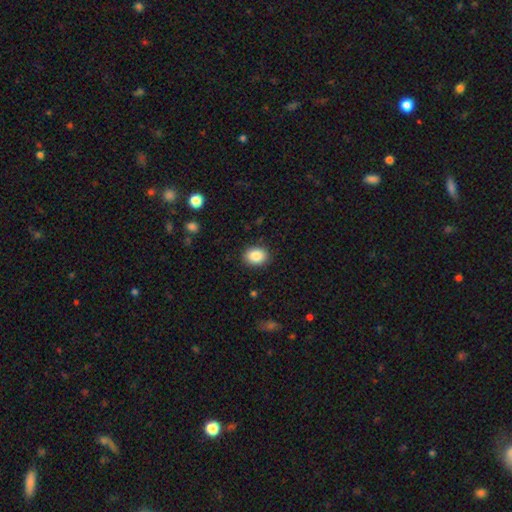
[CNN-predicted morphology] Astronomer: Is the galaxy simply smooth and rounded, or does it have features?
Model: smooth — 88%.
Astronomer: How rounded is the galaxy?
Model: in between — 61% (runner-up: round, 38%).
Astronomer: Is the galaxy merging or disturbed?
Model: none — 89%.